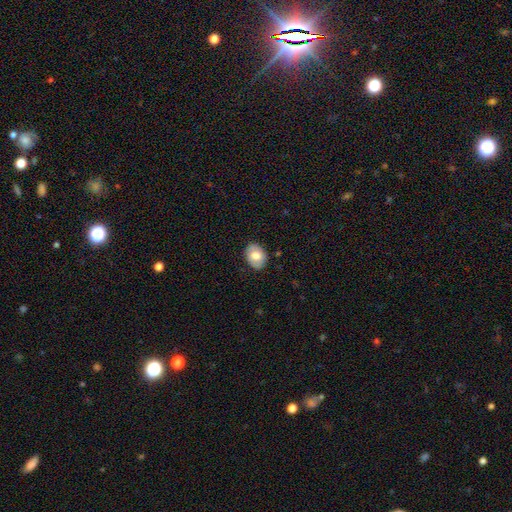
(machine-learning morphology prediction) Smooth or featured? smooth (70%)
How rounded? in between (69%)
Merging? none (85%)